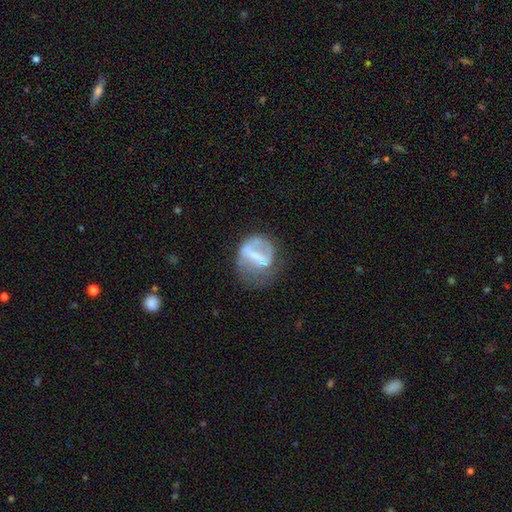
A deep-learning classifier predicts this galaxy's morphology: Smooth or featured?
  - featured or disk: 58% *
  - smooth: 34%
  - star or artifact: 8%
Edge-on disk?
  - no: 96% *
  - yes: 4%
Bar?
  - strong: 49% *
  - weak: 33%
  - no: 18%
Spiral arms?
  - no: 61% *
  - yes: 39%
Bulge size?
  - small: 40% *
  - none: 28%
  - moderate: 26%
  - large: 4%
  - dominant: 1%
Merging?
  - none: 38% *
  - major disturbance: 33%
  - minor disturbance: 26%
  - merger: 3%